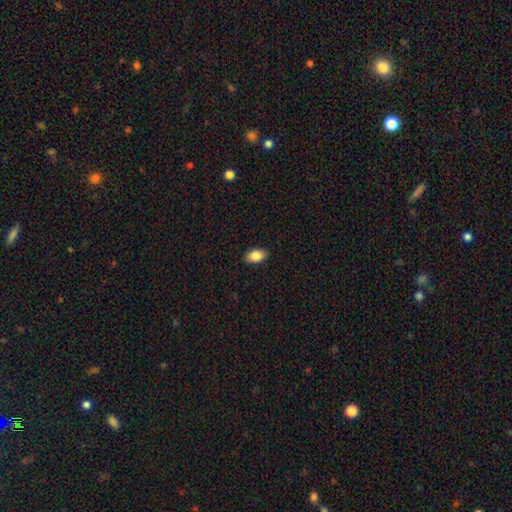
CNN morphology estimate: This appears to be a smooth galaxy with no disk features (86%) that is in between round and cigar-shaped (92%). Merging: none (89%).